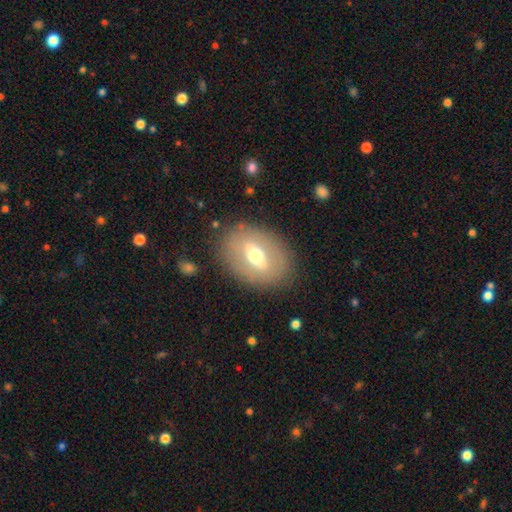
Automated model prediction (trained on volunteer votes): A featured or disk galaxy (50%).

Vote fractions:
- Smooth or featured? featured or disk: 50% / smooth: 43% / star or artifact: 8%
- Merging? none: 82% / minor disturbance: 11% / major disturbance: 5% / merger: 2%